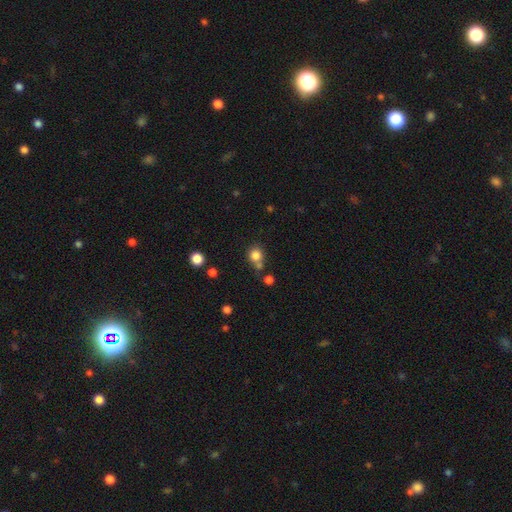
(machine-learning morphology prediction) The model was most divided on "merging": none: 60%, merger: 24%, minor disturbance: 12%, major disturbance: 4%. More confident: how rounded — round (87%); smooth or featured — smooth (81%).